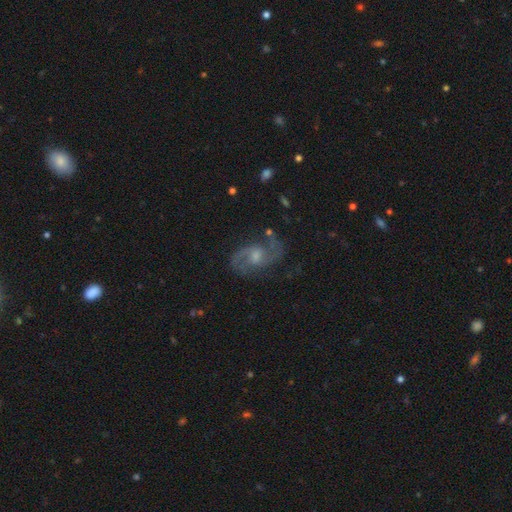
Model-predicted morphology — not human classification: A featured or disk galaxy (87%) with a weak bar (49%), 2 (91%) medium (55%) spiral arms (96%) and a moderate central bulge (46%). Merging: none (75%).